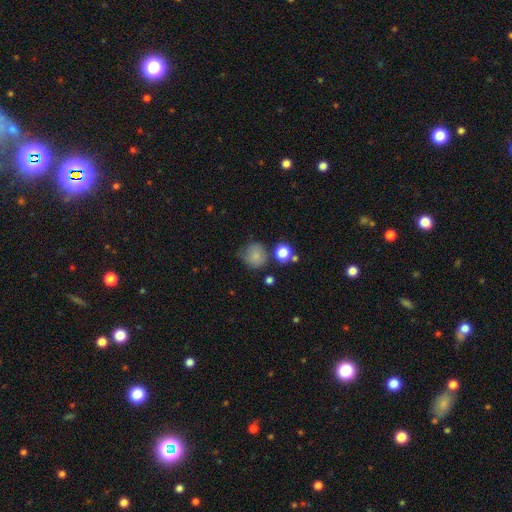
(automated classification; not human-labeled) Overall: smooth (78%). How rounded: round (85%). Merging: none (61%; minor disturbance 24%).